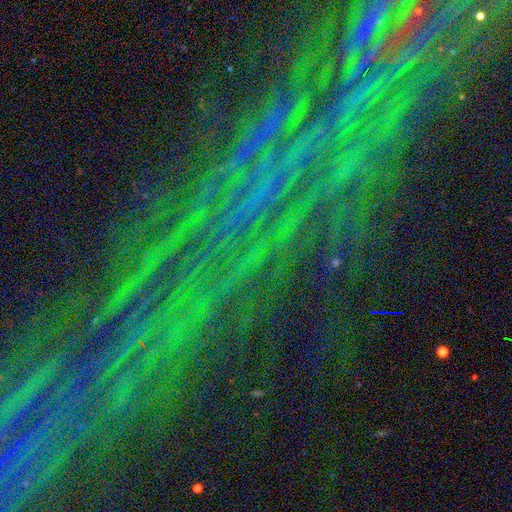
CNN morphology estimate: Smooth or featured? star or artifact (83%)